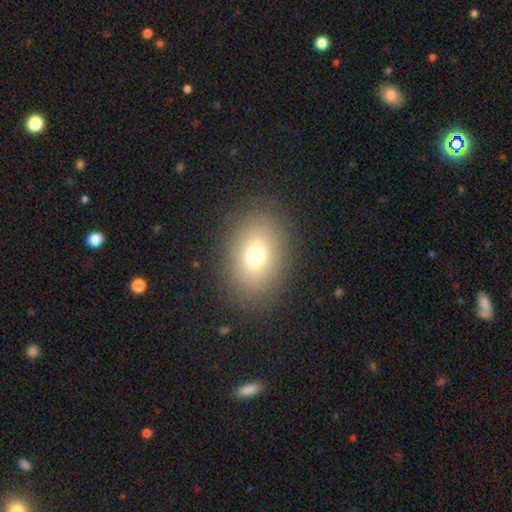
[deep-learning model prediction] smooth_or_featured: smooth (p=0.74) [alt: star or artifact p=0.14]
how_rounded: in between (p=0.72) [alt: round p=0.26]
merging: none (p=0.87) [alt: minor disturbance p=0.08]